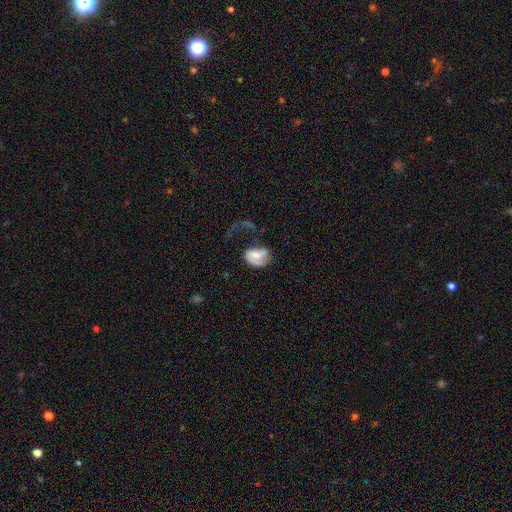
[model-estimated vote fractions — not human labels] smooth_or_featured: featured or disk (p=0.59) [alt: smooth p=0.34]
disk_edge_on: no (p=0.97) [alt: yes p=0.03]
bar: no (p=0.50) [alt: weak p=0.38]
has_spiral_arms: yes (p=0.79) [alt: no p=0.21]
bulge_size: moderate (p=0.44) [alt: small p=0.31]
merging: major disturbance (p=0.54) [alt: none p=0.23]